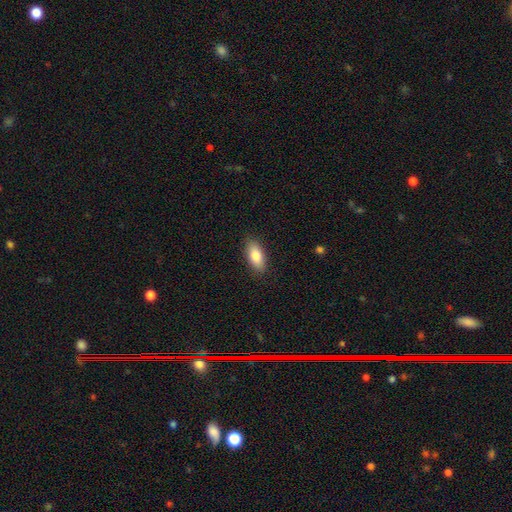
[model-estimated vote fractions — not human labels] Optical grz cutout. It shows a smooth galaxy with no disk features (83%) that is in between round and cigar-shaped (86%). Merging: none (88%).